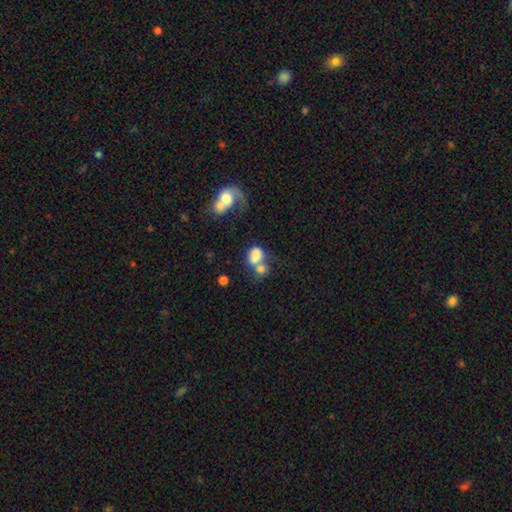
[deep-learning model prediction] Morphology: type=smooth (74%); roundness=in between (61%); merging=merger (58%).